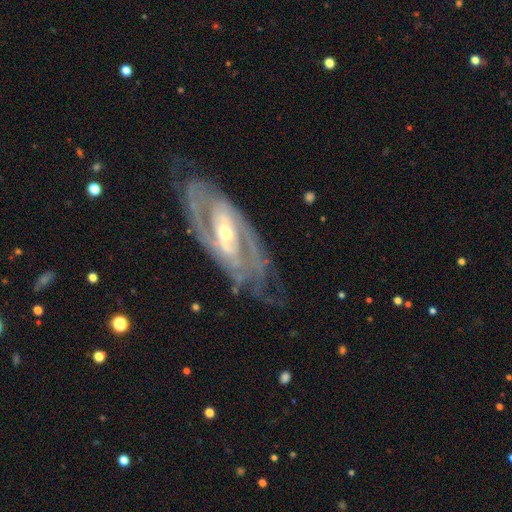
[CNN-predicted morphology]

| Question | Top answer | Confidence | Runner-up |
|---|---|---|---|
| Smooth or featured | featured or disk | 89% | smooth (6%) |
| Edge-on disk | no | 92% | yes (8%) |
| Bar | strong | 38% | weak (37%) |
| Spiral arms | yes | 95% | no (5%) |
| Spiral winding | tight | 57% | medium (34%) |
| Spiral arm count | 2 | 54% | can't tell (22%) |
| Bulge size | small | 49% | moderate (47%) |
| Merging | none | 72% | minor disturbance (18%) |